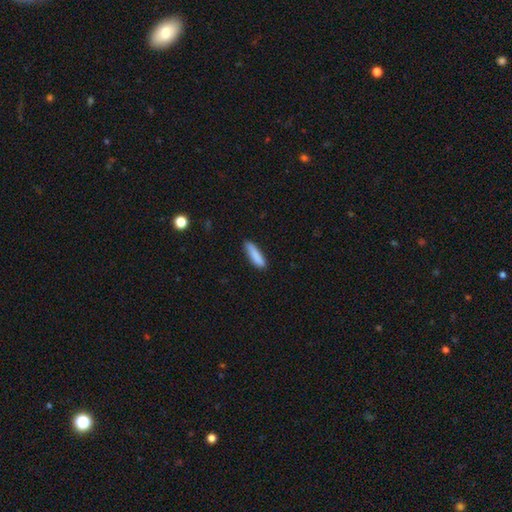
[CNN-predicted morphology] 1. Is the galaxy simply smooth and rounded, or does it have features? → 87% smooth, 7% featured or disk, 6% star or artifact.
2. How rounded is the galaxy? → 74% cigar-shaped, 25% in between, 1% round.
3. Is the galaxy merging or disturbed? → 83% none, 14% minor disturbance, 2% major disturbance, 1% merger.